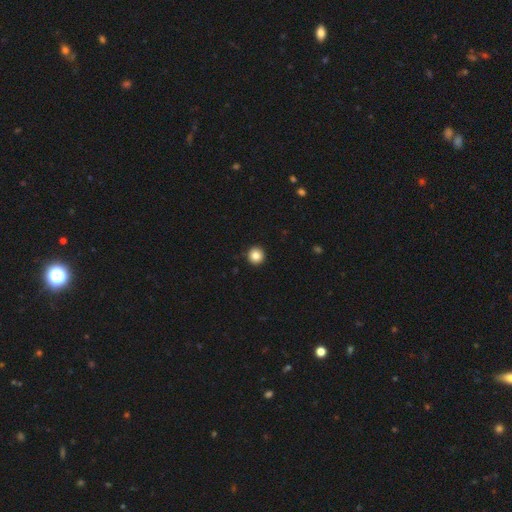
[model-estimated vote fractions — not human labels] Smooth or featured? Predicted: smooth (p=0.85). How rounded? Predicted: round (p=0.96). Merging? Predicted: none (p=0.94).